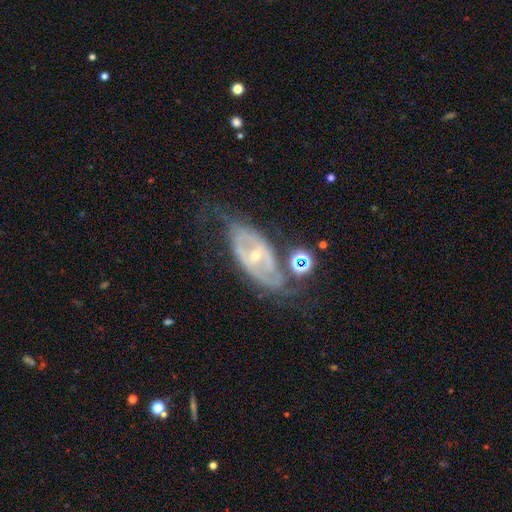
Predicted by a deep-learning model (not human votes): Smooth or featured? Predicted: featured or disk (p=0.80). Edge-on disk? Predicted: no (p=0.90). Bar? Predicted: weak (p=0.37). Spiral arms? Predicted: yes (p=0.76). Spiral winding? Predicted: tight (p=0.44). Spiral arm count? Predicted: 2 (p=0.55). Bulge size? Predicted: small (p=0.68). Merging? Predicted: none (p=0.48).